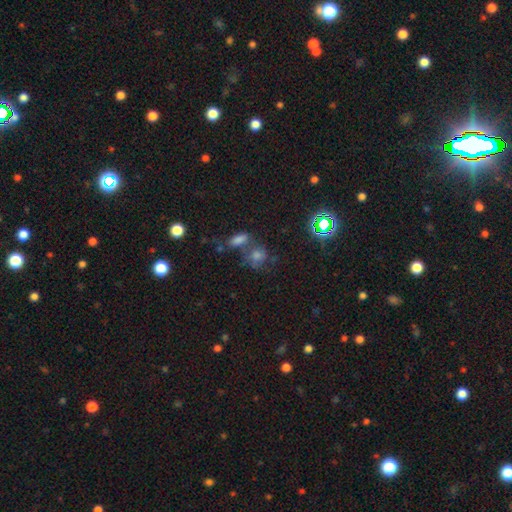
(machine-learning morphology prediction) This appears to be a smooth galaxy with no disk features (56%) that is round (60%). Merging: none (44%).